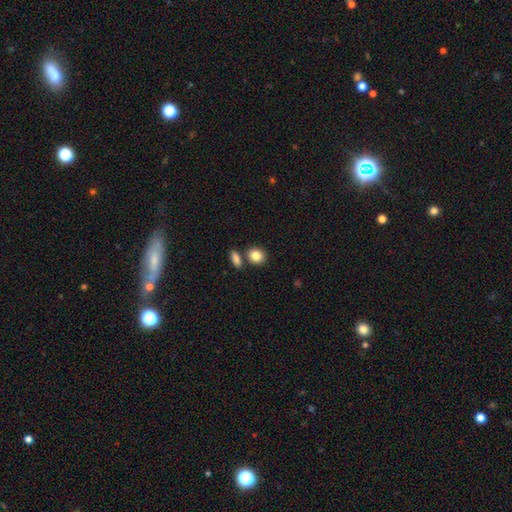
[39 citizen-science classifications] smooth 87%, featured or disk 8%, star or artifact 5%. Down the decision tree: how rounded — round (68%); merging — none (76%).